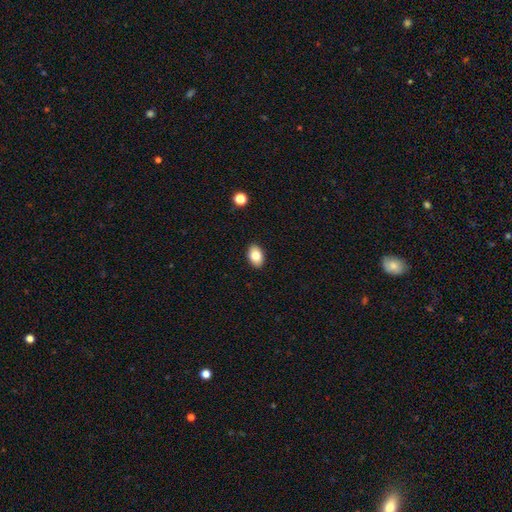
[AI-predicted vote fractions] smooth_or_featured: smooth (p=0.82) [alt: featured or disk p=0.10]
how_rounded: in between (p=0.86) [alt: round p=0.13]
merging: none (p=0.90) [alt: minor disturbance p=0.07]